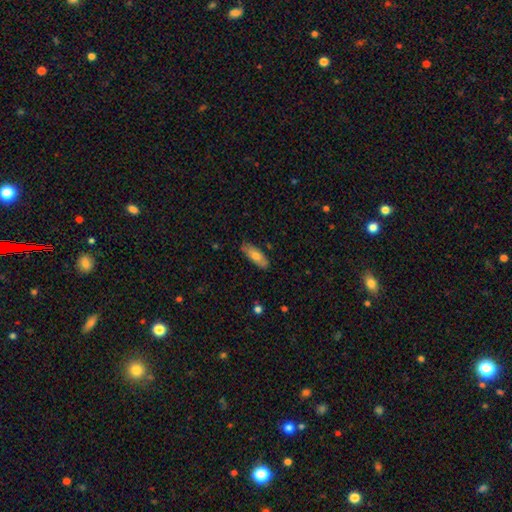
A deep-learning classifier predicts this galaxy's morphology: Smooth or featured?
  - smooth: 72% *
  - featured or disk: 22%
  - star or artifact: 6%
How rounded?
  - in between: 71% *
  - cigar-shaped: 27%
  - round: 2%
Merging?
  - none: 82% *
  - minor disturbance: 14%
  - major disturbance: 2%
  - merger: 1%